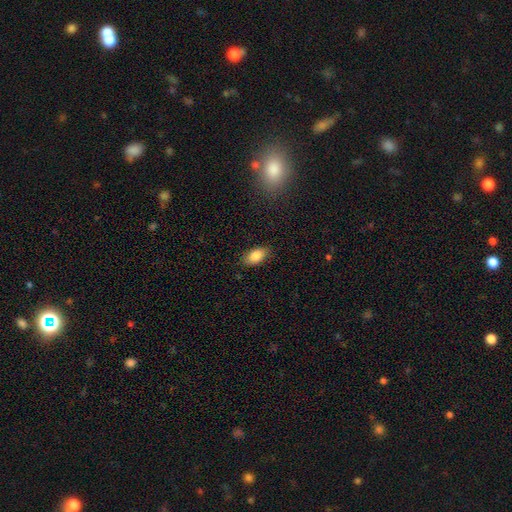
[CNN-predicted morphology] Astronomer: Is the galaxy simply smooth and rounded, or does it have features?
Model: smooth — 84%.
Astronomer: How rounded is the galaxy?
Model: in between — 91%.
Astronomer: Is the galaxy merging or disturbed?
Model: none — 85%.